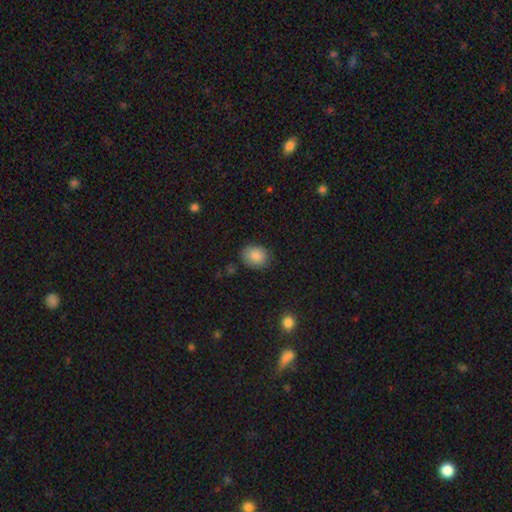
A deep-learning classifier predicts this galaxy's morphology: Smooth or featured? smooth (86%)
How rounded? round (54%)
Merging? none (81%)